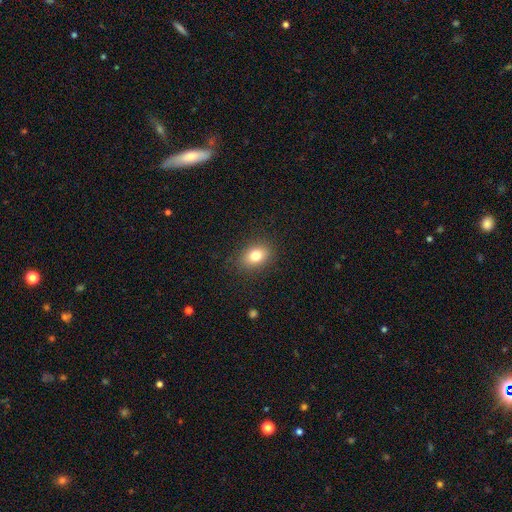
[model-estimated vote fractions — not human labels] This appears to be a smooth galaxy with no disk features (81%) that is in between round and cigar-shaped (73%). Merging: none (86%).